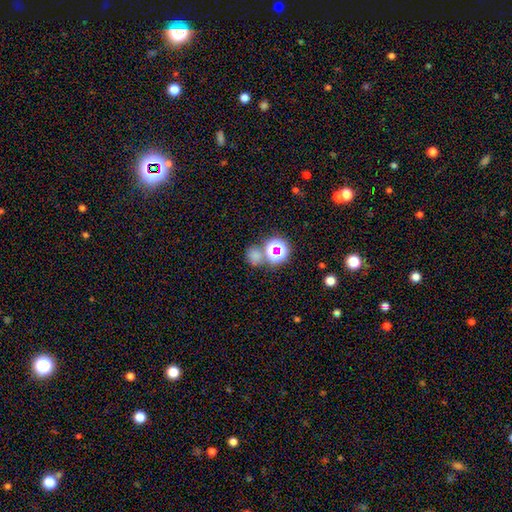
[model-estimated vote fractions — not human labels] Morphology: type=smooth (58%); roundness=round (77%); merging=none (61%).